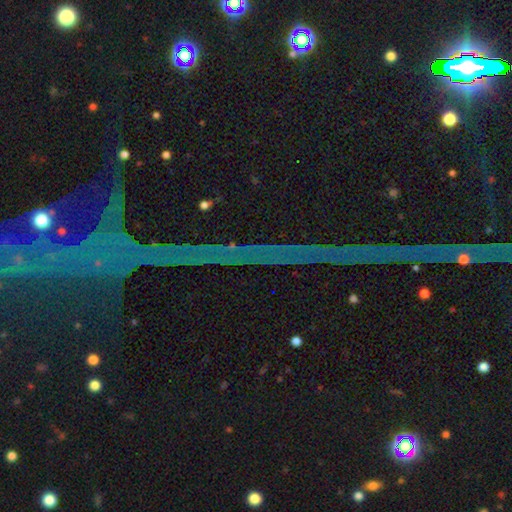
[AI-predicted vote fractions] Overall: star or artifact (84%).